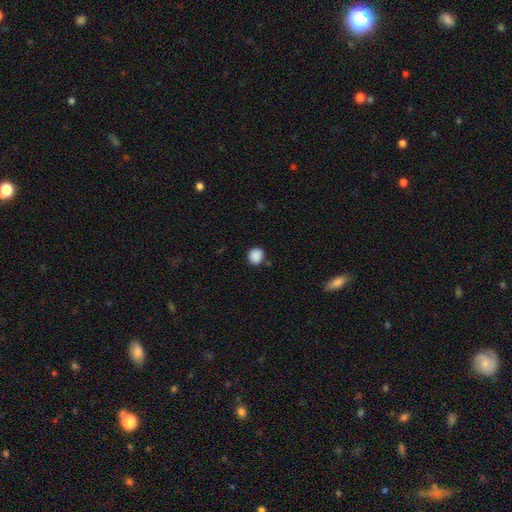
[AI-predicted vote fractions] Smooth or featured?
  - smooth: 88% *
  - star or artifact: 9%
  - featured or disk: 3%
How rounded?
  - round: 87% *
  - in between: 12%
  - cigar-shaped: 1%
Merging?
  - none: 81% *
  - minor disturbance: 12%
  - merger: 4%
  - major disturbance: 3%